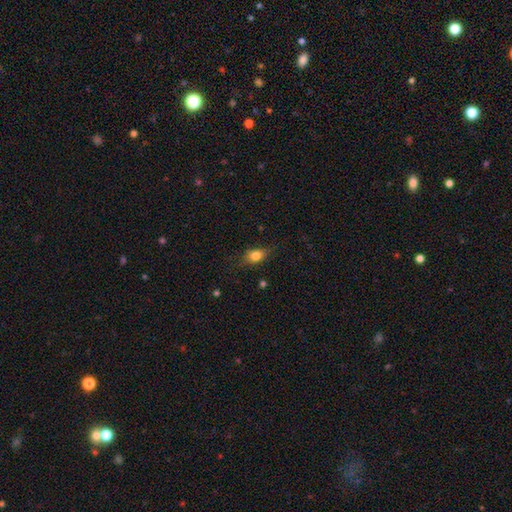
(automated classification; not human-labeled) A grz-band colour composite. It shows a smooth galaxy with no disk features (76%) that is in between round and cigar-shaped (73%). Merging: none (75%).